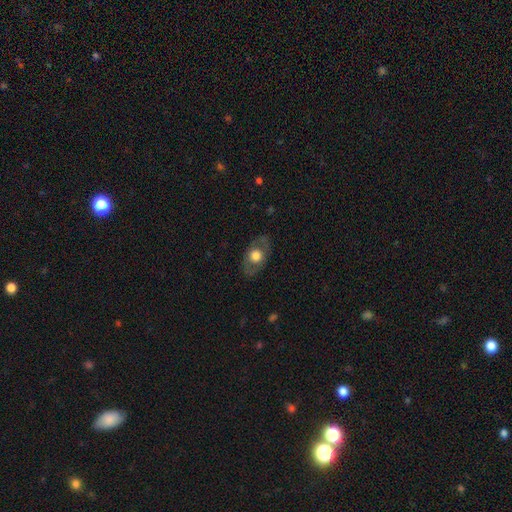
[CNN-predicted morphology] Smooth or featured: smooth — 47% (featured or disk — 46%)
Merging: none — 80% (minor disturbance — 13%)